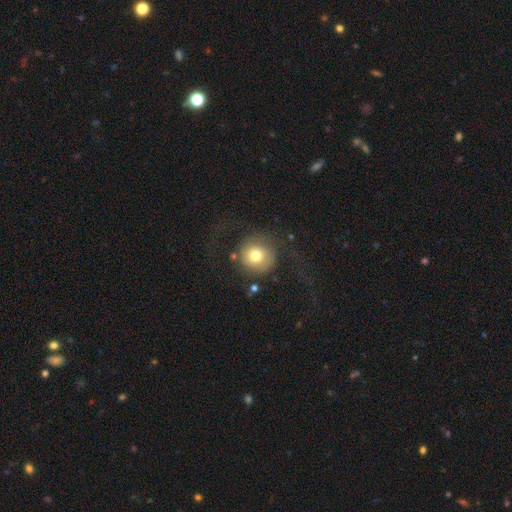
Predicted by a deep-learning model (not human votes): Smooth or featured? Predicted: smooth (p=0.71). How rounded? Predicted: round (p=0.92). Merging? Predicted: none (p=0.59).